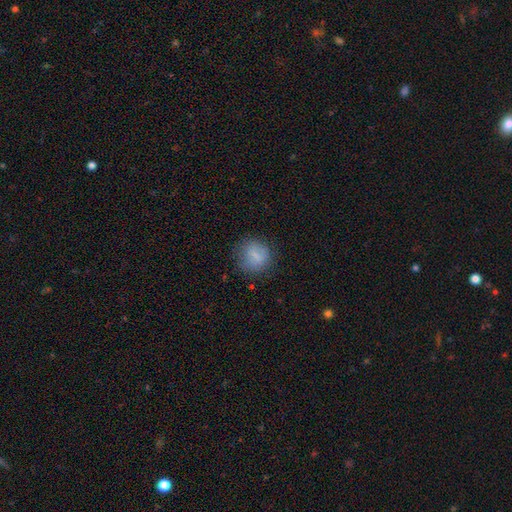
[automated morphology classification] This appears to be a smooth galaxy with no disk features (72%) that is round (79%). Merging: none (73%).